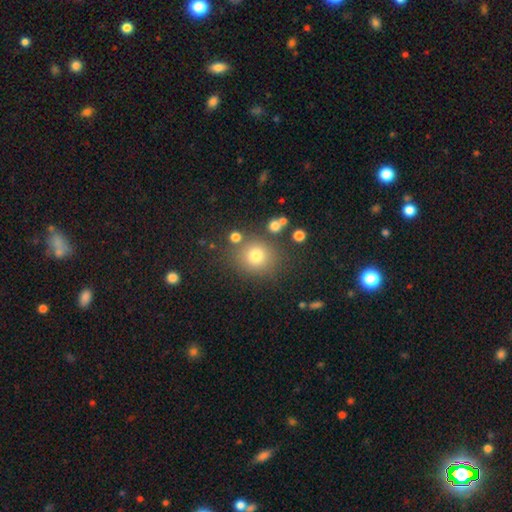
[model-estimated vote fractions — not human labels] smooth_or_featured: smooth (p=0.76) [alt: star or artifact p=0.15]
how_rounded: round (p=0.82) [alt: in between p=0.17]
merging: none (p=0.78) [alt: minor disturbance p=0.11]